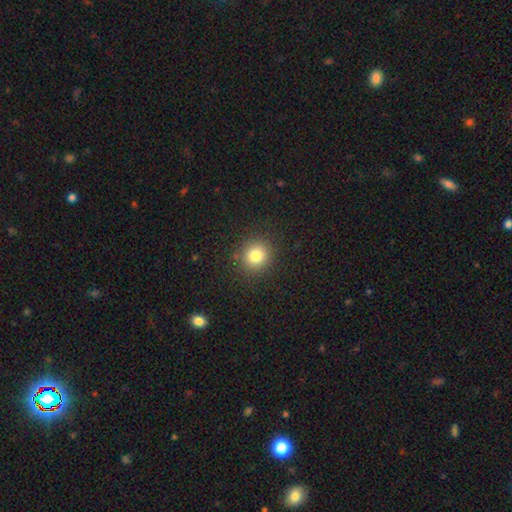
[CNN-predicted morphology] type=smooth (81%); roundness=round (88%); merging=none (89%).